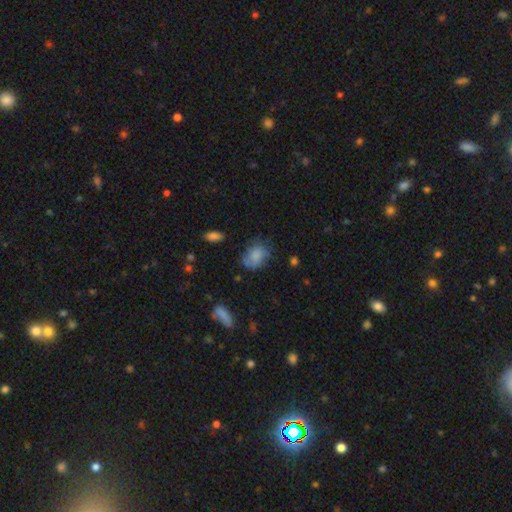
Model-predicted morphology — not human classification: Q: Smooth or featured?
A: smooth (74%); runner-up: featured or disk (16%)
Q: How rounded?
A: in between (68%); runner-up: round (30%)
Q: Merging?
A: none (52%); runner-up: minor disturbance (29%)